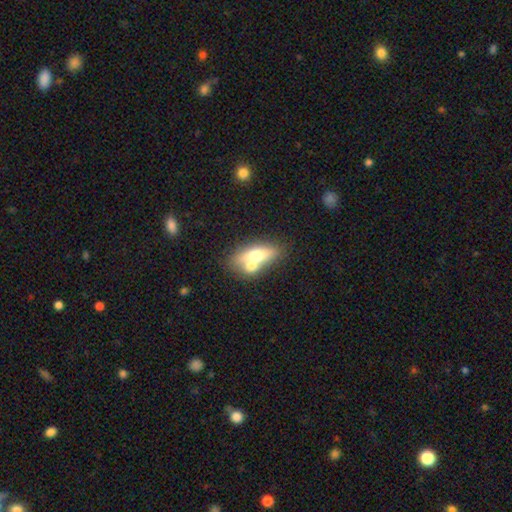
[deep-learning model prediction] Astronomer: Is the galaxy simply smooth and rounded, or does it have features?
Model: smooth — 60%.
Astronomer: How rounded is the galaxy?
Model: in between — 72%.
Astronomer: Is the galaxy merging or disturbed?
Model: merger — 51% (runner-up: none, 35%).